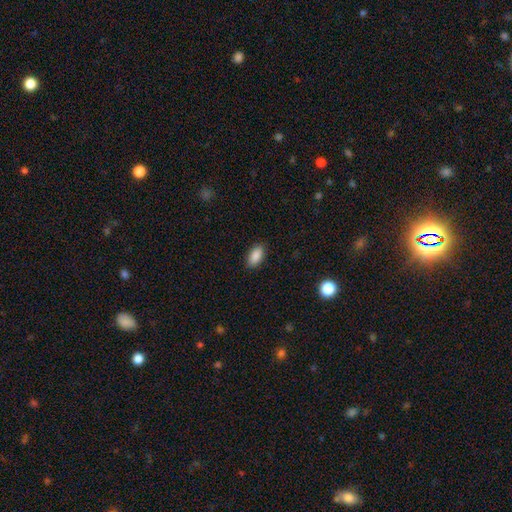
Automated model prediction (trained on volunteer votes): Smooth or featured? smooth (89%)
How rounded? in between (92%)
Merging? none (88%)